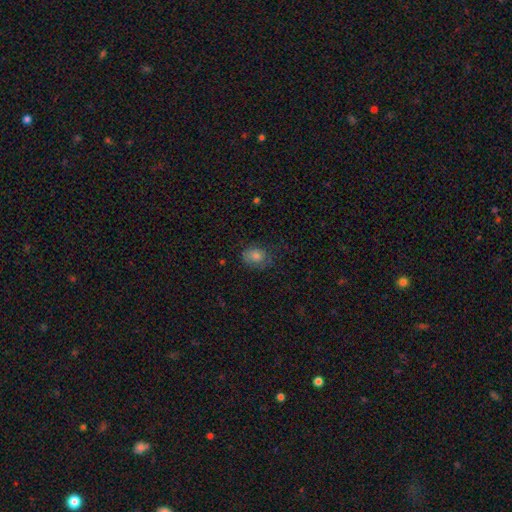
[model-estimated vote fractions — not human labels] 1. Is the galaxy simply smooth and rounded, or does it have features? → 72% smooth, 15% featured or disk, 14% star or artifact.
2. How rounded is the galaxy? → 50% in between, 49% round, 1% cigar-shaped.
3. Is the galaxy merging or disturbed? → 66% none, 24% minor disturbance, 9% major disturbance, 1% merger.